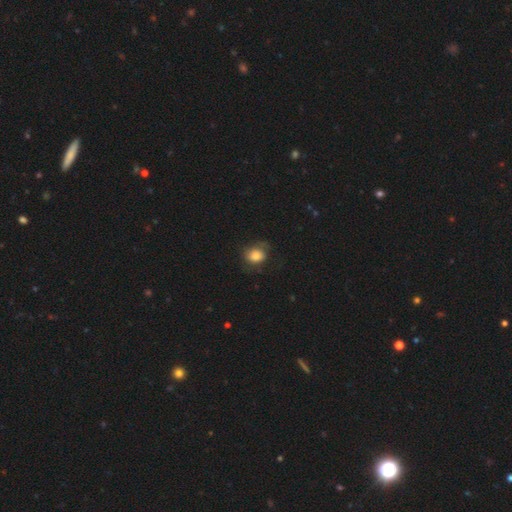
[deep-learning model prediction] This appears to be a smooth galaxy with no disk features (80%) that is round (59%). Merging: none (61%).